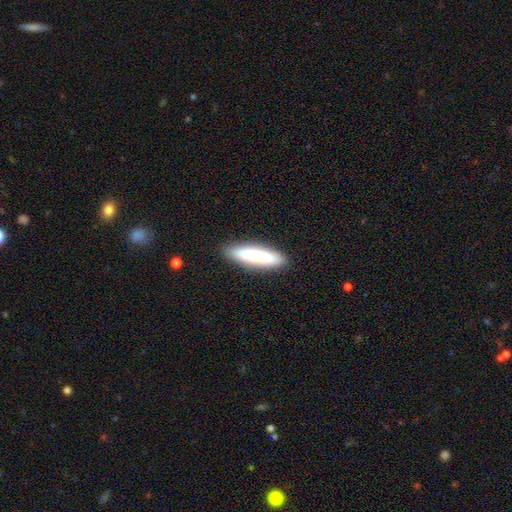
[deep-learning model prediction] smooth_or_featured: smooth (p=0.75) [alt: featured or disk p=0.19]
how_rounded: cigar-shaped (p=0.78) [alt: in between p=0.21]
merging: none (p=0.87) [alt: minor disturbance p=0.09]